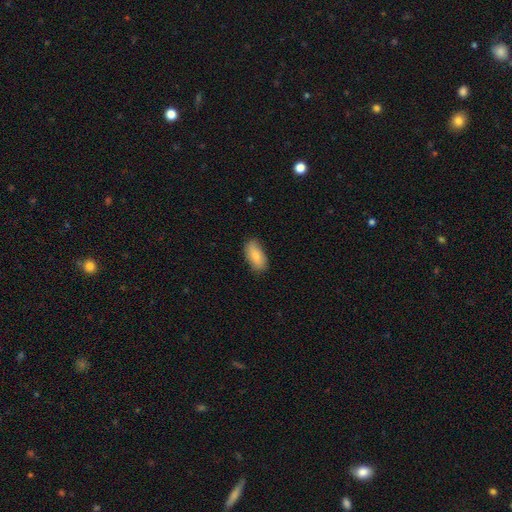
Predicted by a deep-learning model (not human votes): Morphology: type=smooth (83%); roundness=in between (91%); merging=none (83%).